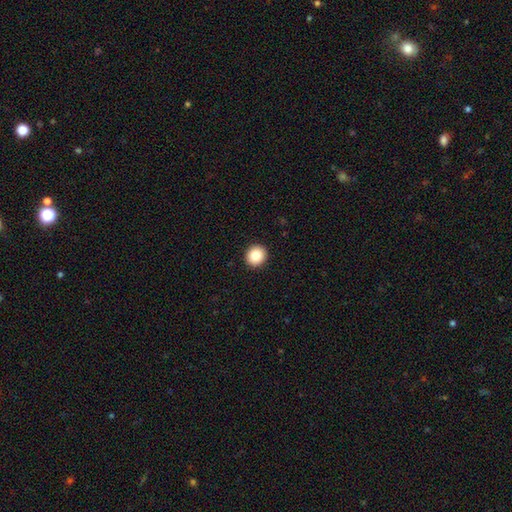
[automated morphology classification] This appears to be a smooth galaxy with no disk features (85%) that is round (88%). Merging: none (93%).